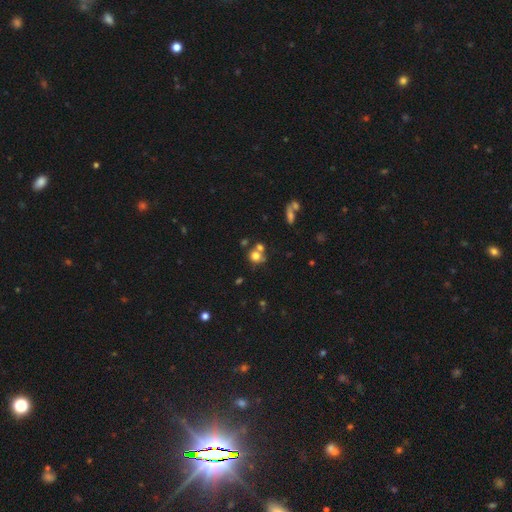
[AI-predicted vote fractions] Morphology: type=smooth (72%); roundness=round (81%); merging=none (48%).